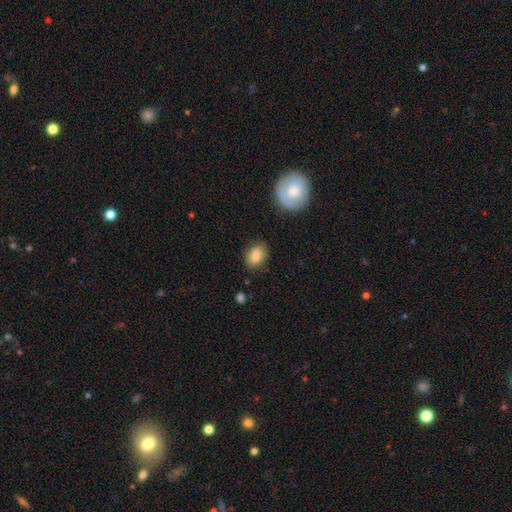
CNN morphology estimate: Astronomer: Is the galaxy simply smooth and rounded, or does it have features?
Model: smooth — 85%.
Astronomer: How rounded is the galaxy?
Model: in between — 78%.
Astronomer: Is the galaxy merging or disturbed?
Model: none — 79%.